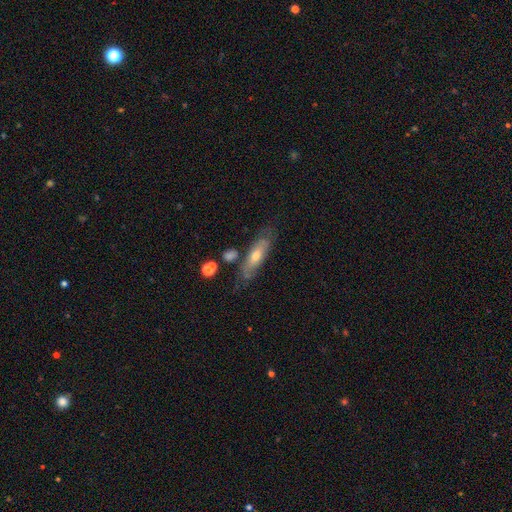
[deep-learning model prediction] Q: Smooth or featured?
A: featured or disk (49%); runner-up: smooth (44%)
Q: Merging?
A: none (66%); runner-up: minor disturbance (20%)